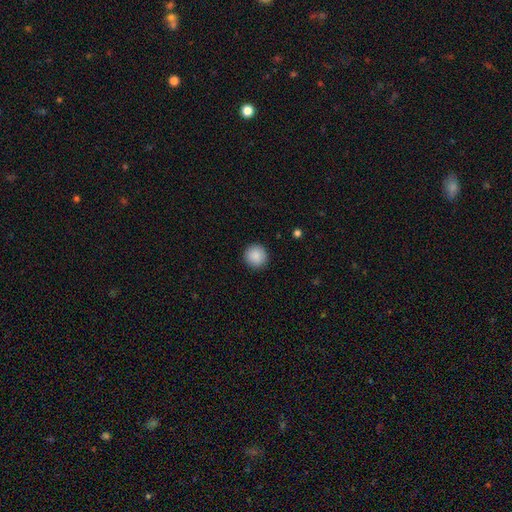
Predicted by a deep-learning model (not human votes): This is clearly a smooth galaxy (89%). How rounded: clearly round (95%). Merging: clearly none (92%).